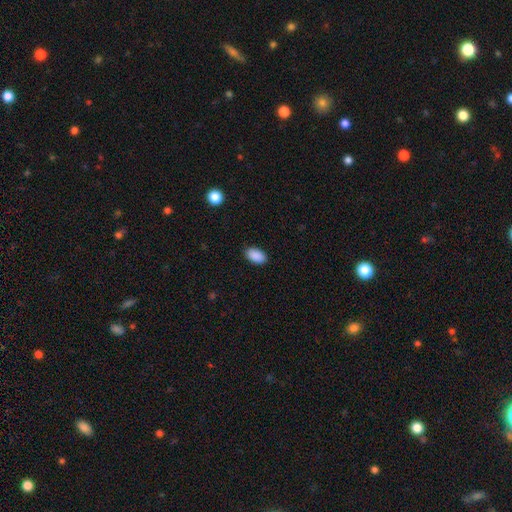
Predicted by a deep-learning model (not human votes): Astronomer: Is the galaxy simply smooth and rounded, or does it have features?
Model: smooth — 90%.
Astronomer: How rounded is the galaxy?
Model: in between — 94%.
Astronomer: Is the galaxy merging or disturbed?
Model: none — 89%.